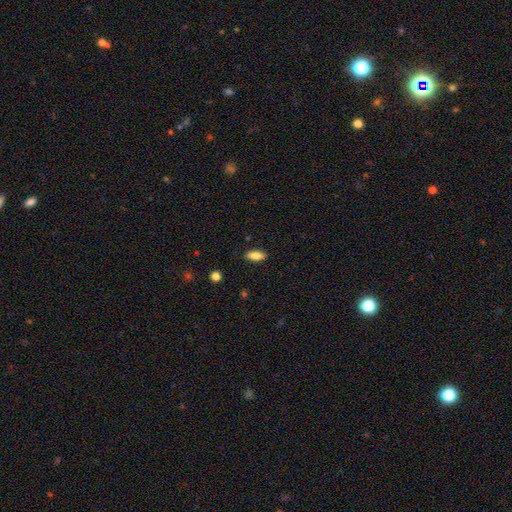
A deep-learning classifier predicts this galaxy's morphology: Smooth or featured?
  - smooth: 73% *
  - featured or disk: 20%
  - star or artifact: 7%
How rounded?
  - in between: 78% *
  - cigar-shaped: 19%
  - round: 3%
Merging?
  - none: 87% *
  - minor disturbance: 10%
  - major disturbance: 2%
  - merger: 1%